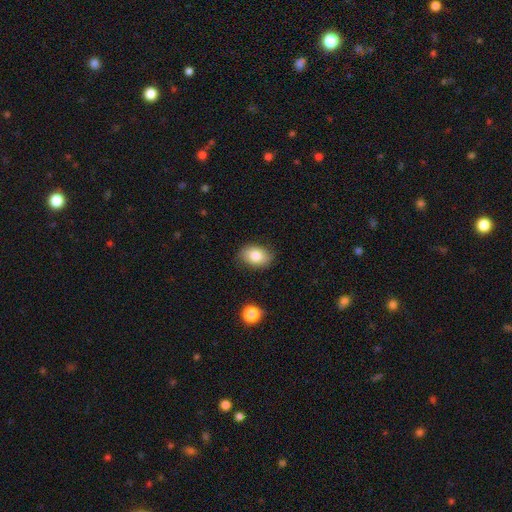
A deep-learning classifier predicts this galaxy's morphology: smooth-or-featured: smooth: 81% | featured or disk: 10% | star or artifact: 8%
  how-rounded: in between: 82% | round: 17% | cigar-shaped: 1%
  merging: none: 82% | minor disturbance: 13% | major disturbance: 3% | merger: 1%